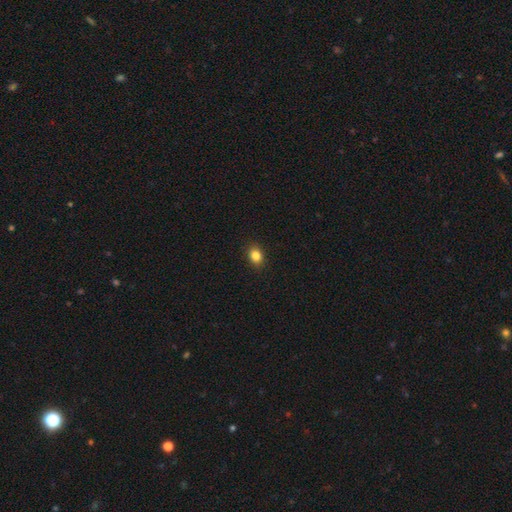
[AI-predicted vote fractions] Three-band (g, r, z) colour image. It shows a smooth galaxy with no disk features (84%) that is in between round and cigar-shaped (50%). Merging: none (90%).